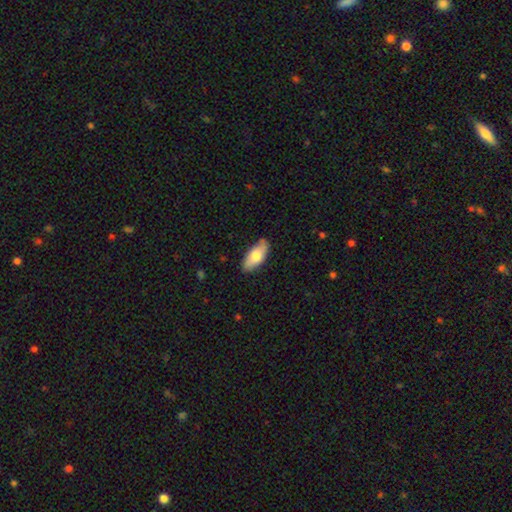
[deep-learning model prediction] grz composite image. It shows a smooth galaxy with no disk features (74%) that is in between round and cigar-shaped (87%). Merging: none (82%).